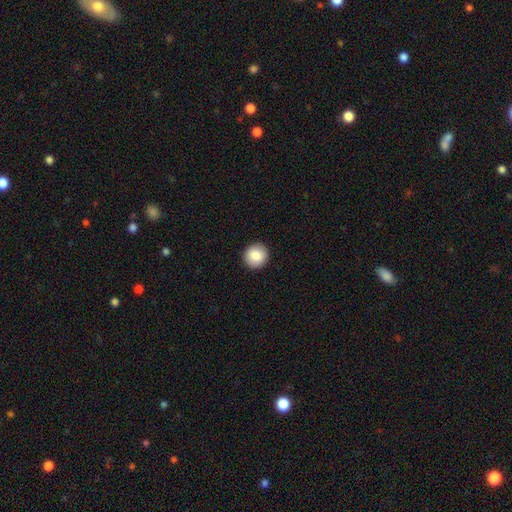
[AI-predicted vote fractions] Smooth or featured? smooth (86%)
How rounded? round (93%)
Merging? none (93%)